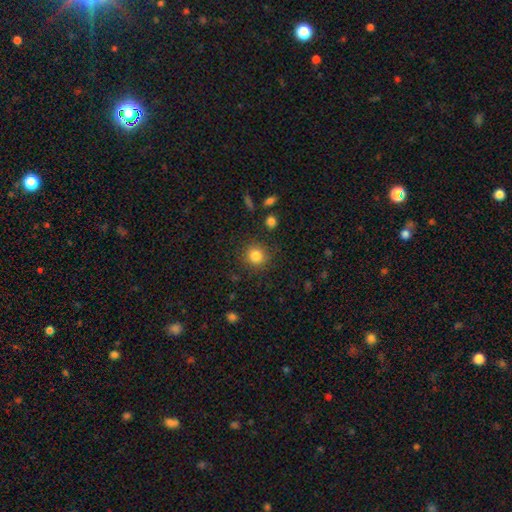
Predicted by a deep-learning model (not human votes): Overall: smooth (84%). How rounded: round (88%). Merging: none (86%).